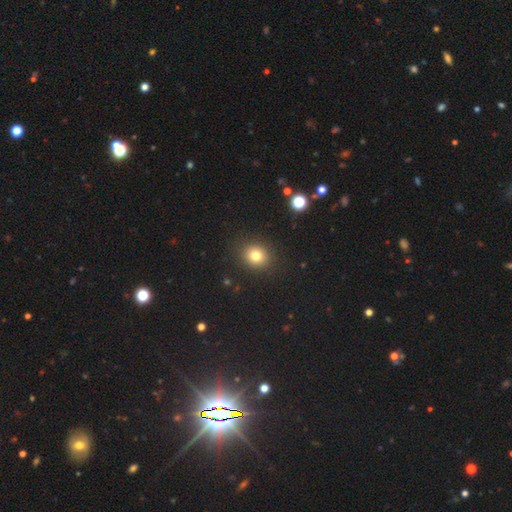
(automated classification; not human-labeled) smooth 79%, star or artifact 13%, featured or disk 8%. Down the decision tree: how rounded — round (78%); merging — none (89%).